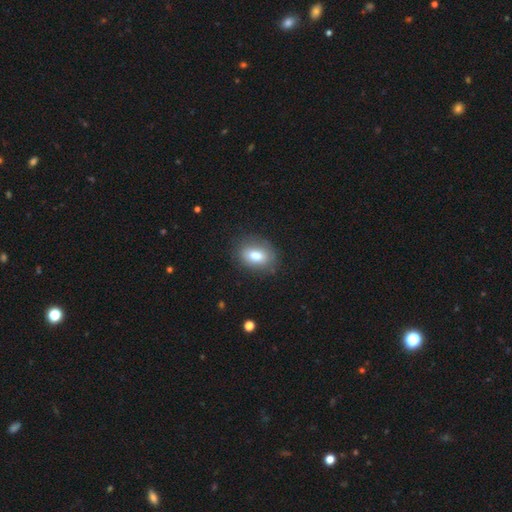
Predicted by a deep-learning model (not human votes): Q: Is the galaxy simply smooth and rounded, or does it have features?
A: smooth — 76%.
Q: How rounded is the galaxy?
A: in between — 73%.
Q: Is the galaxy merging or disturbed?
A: none — 78%.